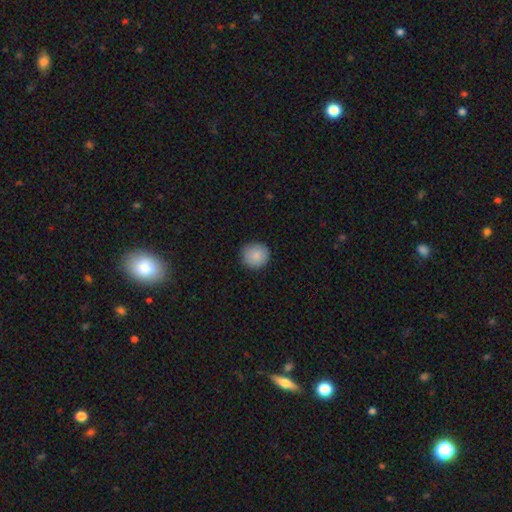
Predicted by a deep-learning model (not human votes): Smooth or featured?
  - smooth: 88% *
  - star or artifact: 7%
  - featured or disk: 5%
How rounded?
  - round: 94% *
  - in between: 5%
  - cigar-shaped: 1%
Merging?
  - none: 89% *
  - minor disturbance: 8%
  - major disturbance: 2%
  - merger: 1%